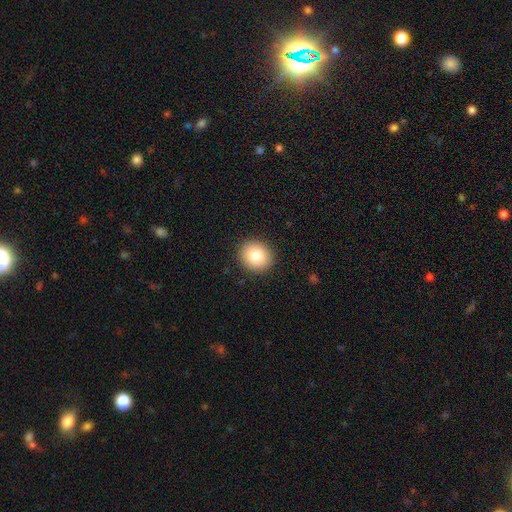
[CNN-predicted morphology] The model was most divided on "how rounded": round: 81%, in between: 18%, cigar-shaped: 1%. More confident: merging — none (91%); smooth or featured — smooth (82%).